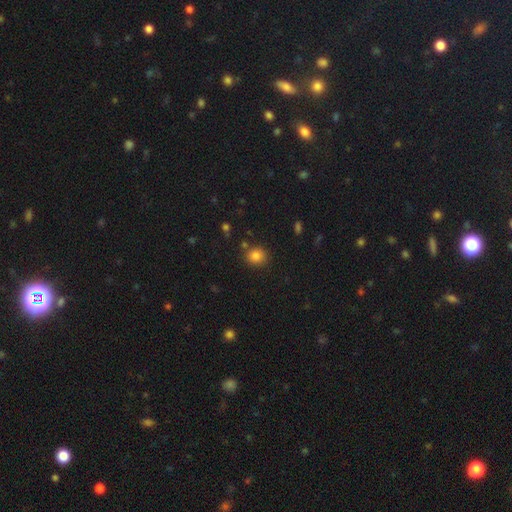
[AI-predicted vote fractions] This is clearly a smooth galaxy (83%). How rounded: likely round (74%). Merging: clearly none (81%).